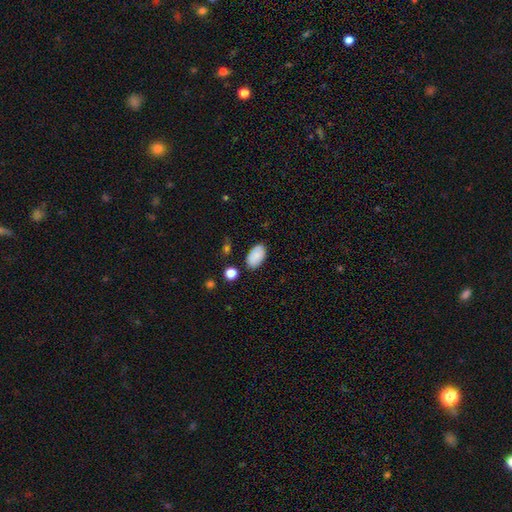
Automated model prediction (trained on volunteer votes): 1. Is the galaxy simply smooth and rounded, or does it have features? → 87% smooth, 7% star or artifact, 6% featured or disk.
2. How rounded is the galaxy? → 95% in between, 4% round, 1% cigar-shaped.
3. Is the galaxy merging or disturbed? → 81% none, 13% minor disturbance, 3% merger, 3% major disturbance.